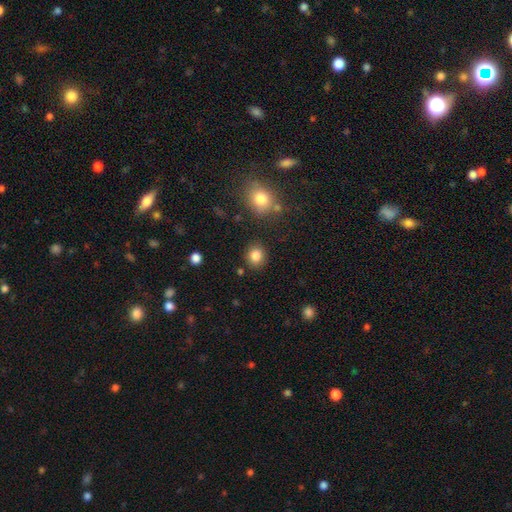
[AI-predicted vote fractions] This is clearly a smooth galaxy (84%). How rounded: clearly round (82%). Merging: clearly none (87%).